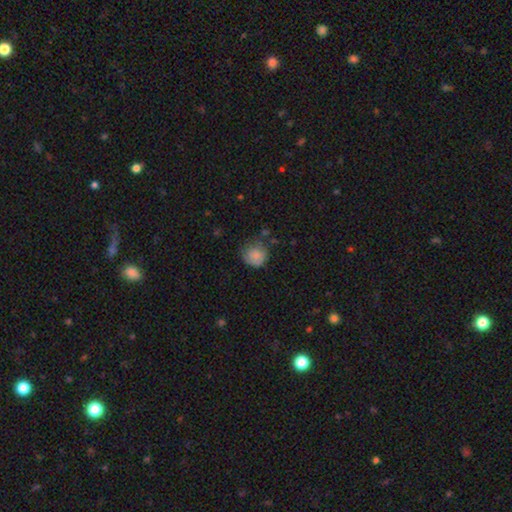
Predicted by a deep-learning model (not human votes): Smooth or featured: smooth — 80% (featured or disk — 11%)
How rounded: round — 87% (in between — 12%)
Merging: none — 57% (minor disturbance — 30%)